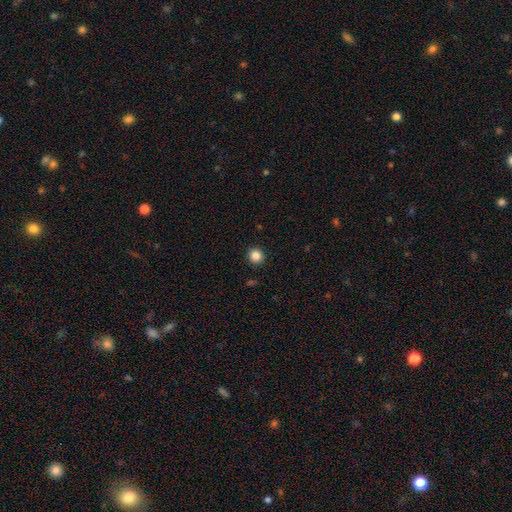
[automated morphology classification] A smooth galaxy with no disk features (85%) that is round (94%).

Vote fractions:
- Smooth or featured? smooth: 85% / star or artifact: 11% / featured or disk: 4%
- How rounded? round: 94% / in between: 5% / cigar-shaped: 1%
- Merging? none: 93% / minor disturbance: 5% / major disturbance: 2% / merger: 1%